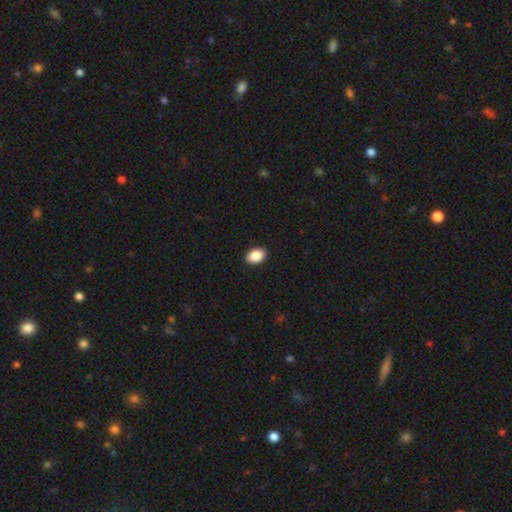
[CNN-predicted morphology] Smooth or featured? Predicted: smooth (p=0.88). How rounded? Predicted: in between (p=0.84). Merging? Predicted: none (p=0.91).